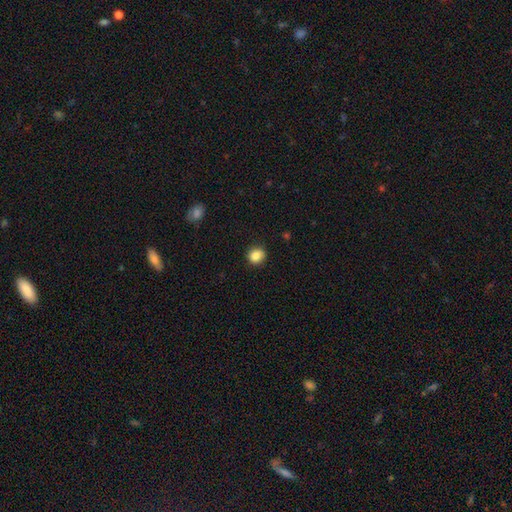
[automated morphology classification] Overall: smooth (86%). How rounded: round (80%). Merging: none (86%).